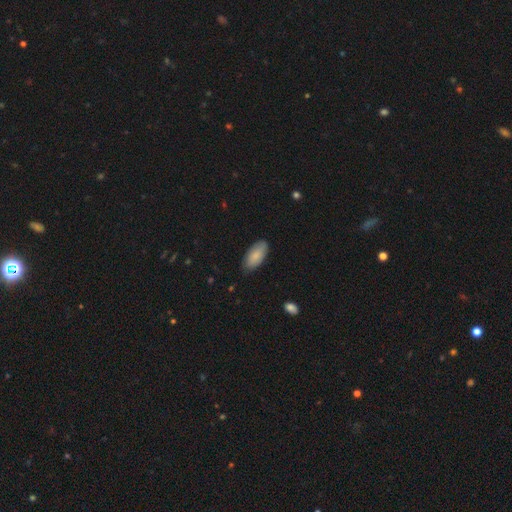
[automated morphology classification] Smooth or featured? Predicted: smooth (p=0.84). How rounded? Predicted: in between (p=0.91). Merging? Predicted: none (p=0.81).